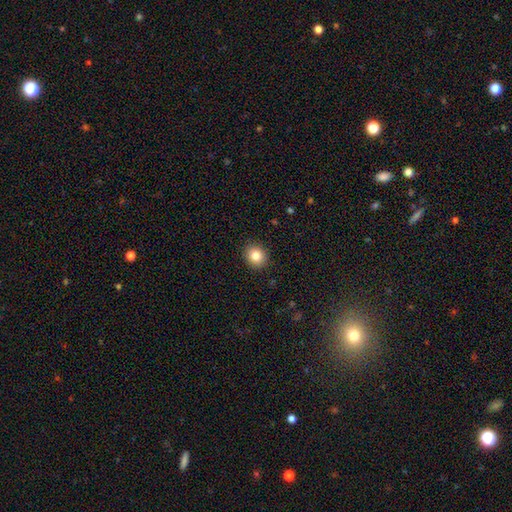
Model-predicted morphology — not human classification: A smooth galaxy with no disk features (84%) that is round (82%). Merging: none (91%).